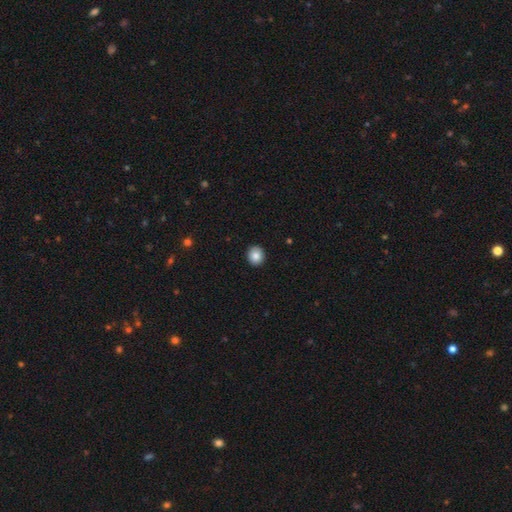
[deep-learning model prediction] smooth-or-featured: smooth: 86% | star or artifact: 9% | featured or disk: 5%
  how-rounded: round: 83% | in between: 16% | cigar-shaped: 1%
  merging: none: 92% | minor disturbance: 6% | major disturbance: 2% | merger: 1%